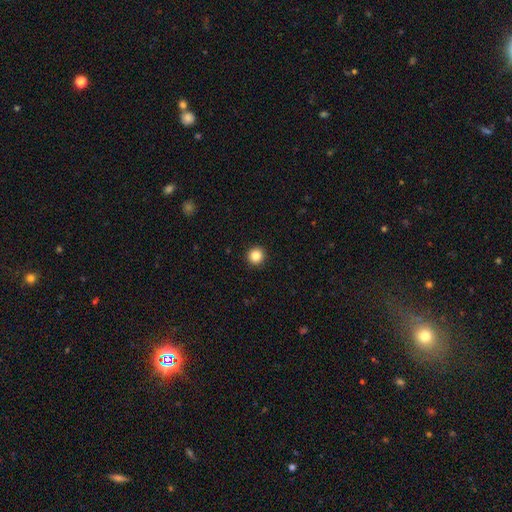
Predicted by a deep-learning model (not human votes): This appears to be a smooth galaxy with no disk features (85%) that is round (96%). Merging: none (94%).